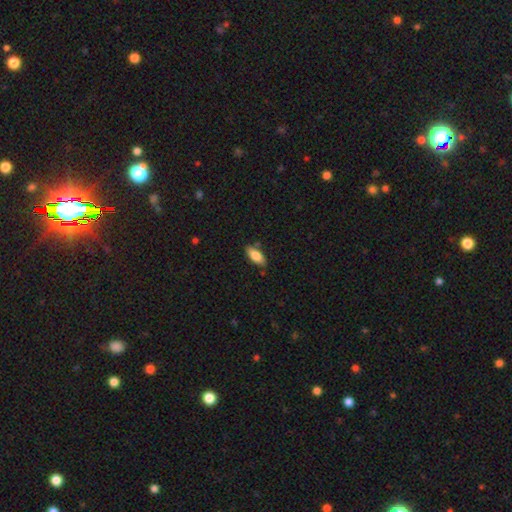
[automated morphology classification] Q: Smooth or featured?
A: smooth (80%); runner-up: featured or disk (14%)
Q: How rounded?
A: in between (82%); runner-up: cigar-shaped (15%)
Q: Merging?
A: none (80%); runner-up: minor disturbance (14%)